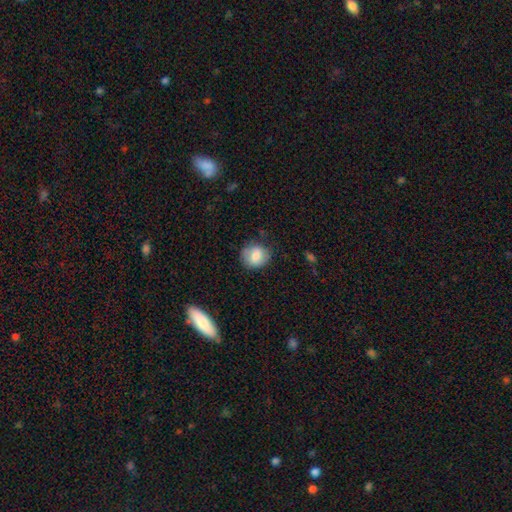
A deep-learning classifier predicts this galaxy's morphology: smooth-or-featured: smooth: 78% | featured or disk: 14% | star or artifact: 8%
  how-rounded: round: 76% | in between: 23% | cigar-shaped: 1%
  merging: none: 74% | minor disturbance: 19% | major disturbance: 5% | merger: 1%